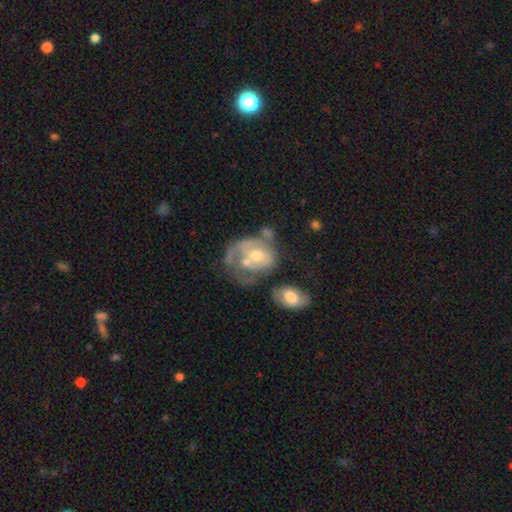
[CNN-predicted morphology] Q: Smooth or featured?
A: featured or disk (62%); runner-up: smooth (30%)
Q: Edge-on disk?
A: no (97%); runner-up: yes (3%)
Q: Bar?
A: no (79%); runner-up: weak (18%)
Q: Spiral arms?
A: no (62%); runner-up: yes (38%)
Q: Bulge size?
A: moderate (65%); runner-up: small (23%)
Q: Merging?
A: major disturbance (30%); runner-up: merger (29%)